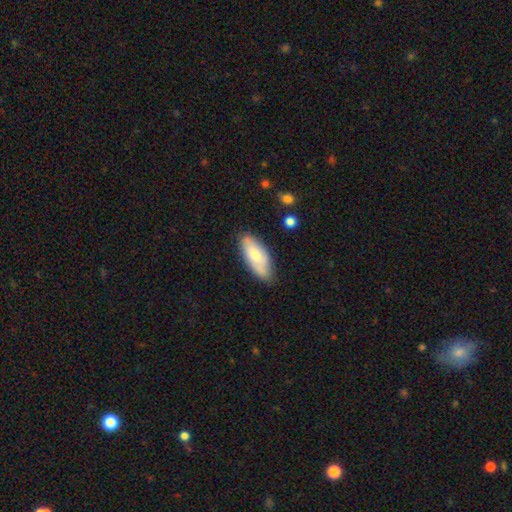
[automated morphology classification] smooth-or-featured: smooth: 62% | featured or disk: 32% | star or artifact: 6%
  how-rounded: in between: 83% | cigar-shaped: 15% | round: 2%
  merging: none: 76% | minor disturbance: 19% | major disturbance: 3% | merger: 2%